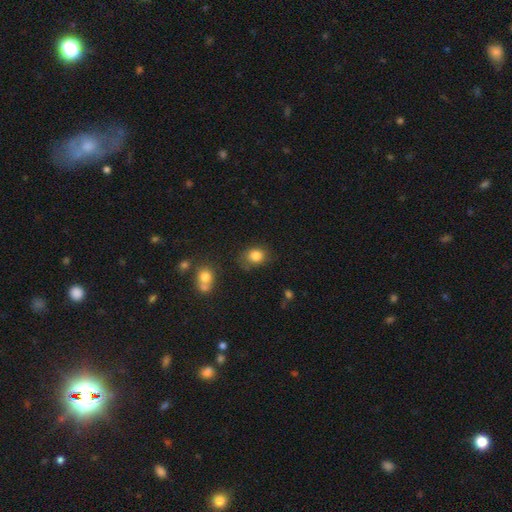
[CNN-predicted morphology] Smooth or featured? smooth (83%)
How rounded? round (54%)
Merging? none (70%)